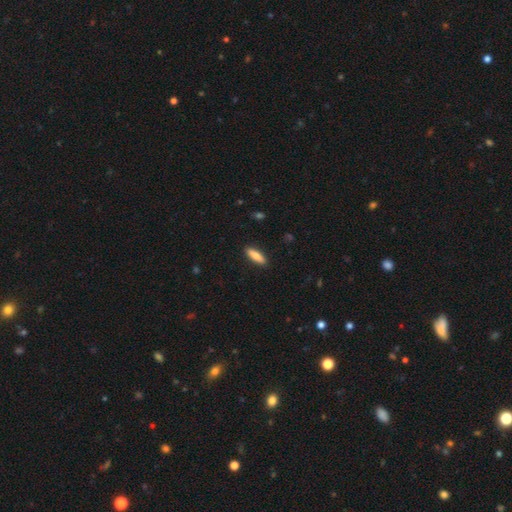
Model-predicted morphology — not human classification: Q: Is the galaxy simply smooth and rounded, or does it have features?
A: smooth — 81%.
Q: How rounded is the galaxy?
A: cigar-shaped — 56%.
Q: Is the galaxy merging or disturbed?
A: none — 90%.